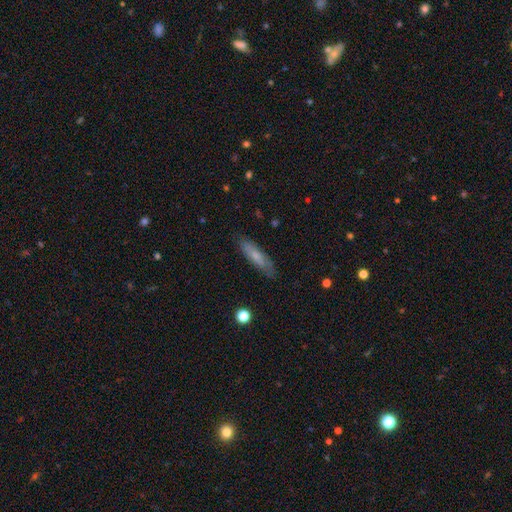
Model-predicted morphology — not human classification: smooth-or-featured: smooth: 66% | featured or disk: 28% | star or artifact: 7%
  how-rounded: cigar-shaped: 69% | in between: 30% | round: 2%
  merging: none: 81% | minor disturbance: 14% | major disturbance: 3% | merger: 1%